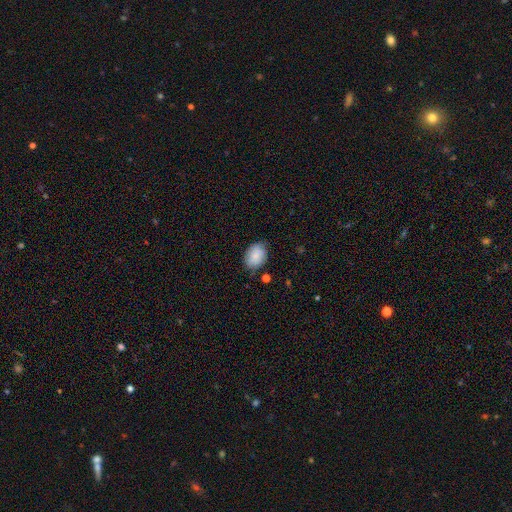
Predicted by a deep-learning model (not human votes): This appears to be a smooth galaxy with no disk features (84%) that is in between round and cigar-shaped (75%). Merging: none (71%).